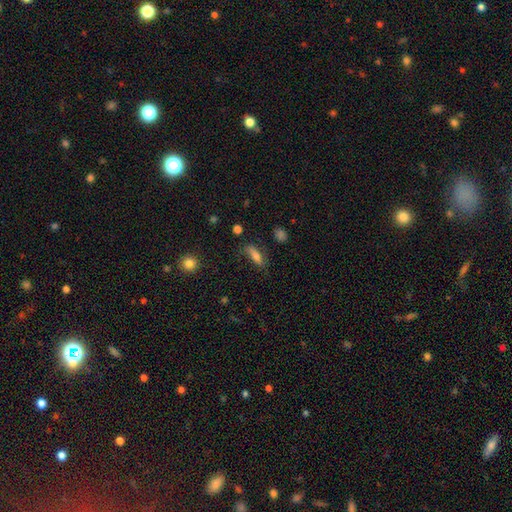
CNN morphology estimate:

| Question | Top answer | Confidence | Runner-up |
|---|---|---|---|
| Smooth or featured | smooth | 70% | featured or disk (21%) |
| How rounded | in between | 52% | cigar-shaped (45%) |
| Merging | none | 66% | minor disturbance (24%) |